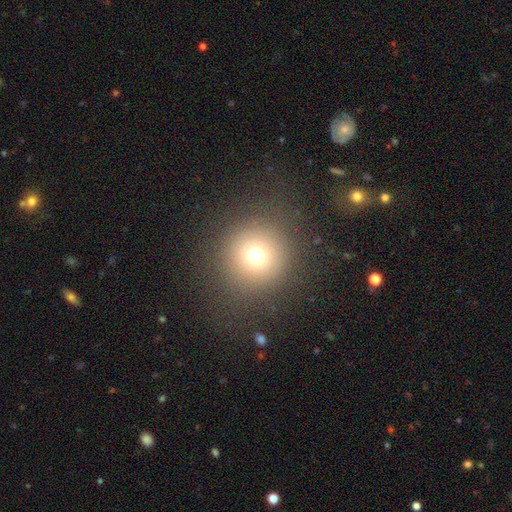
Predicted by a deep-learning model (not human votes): This is likely a smooth galaxy (71%). How rounded: clearly round (94%). Merging: clearly none (86%).